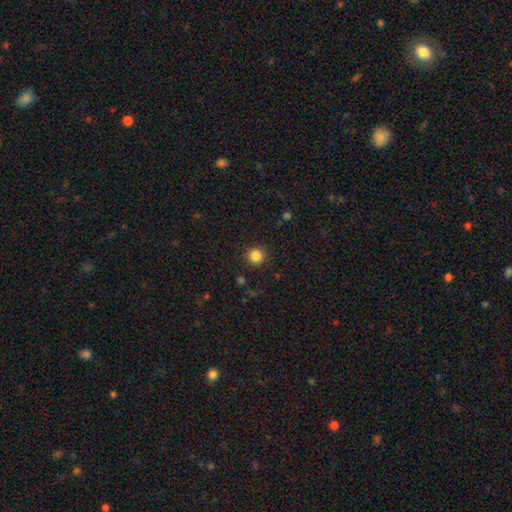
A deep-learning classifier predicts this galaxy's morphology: smooth 85%, star or artifact 11%, featured or disk 4%. Down the decision tree: how rounded — round (95%); merging — none (91%).